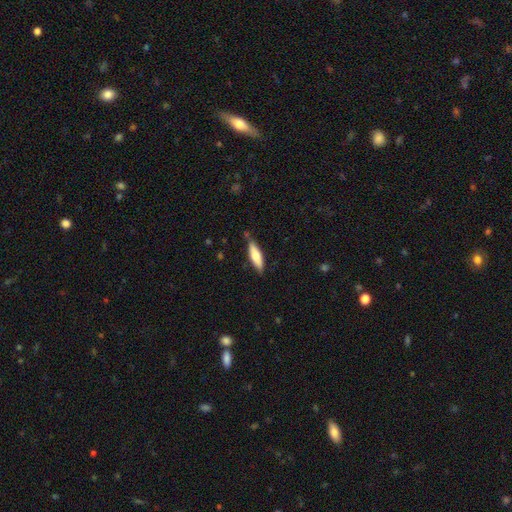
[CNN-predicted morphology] A smooth galaxy with no disk features (68%) that is cigar-shaped (55%).

Vote fractions:
- Smooth or featured? smooth: 68% / featured or disk: 26% / star or artifact: 6%
- How rounded? cigar-shaped: 55% / in between: 43% / round: 2%
- Merging? none: 79% / minor disturbance: 16% / major disturbance: 3% / merger: 2%